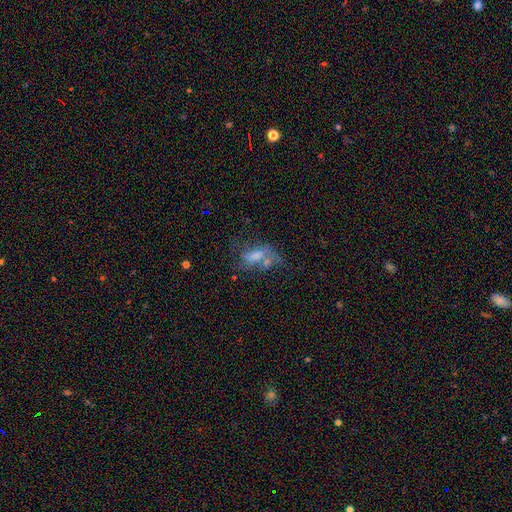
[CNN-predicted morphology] featured or disk 45%, smooth 36%, star or artifact 19%. Down the decision tree: merging — none (33%).